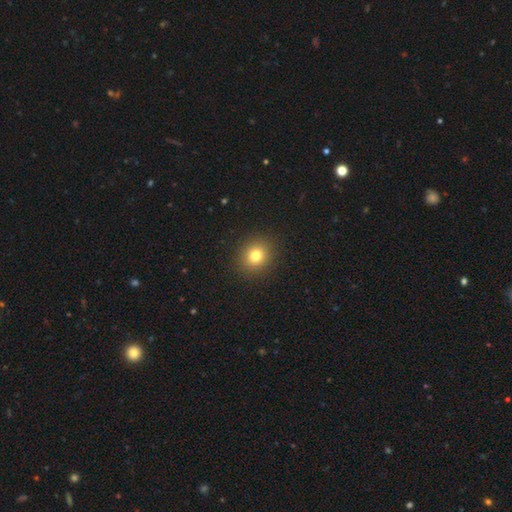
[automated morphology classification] Smooth or featured?
  - smooth: 79% *
  - star or artifact: 13%
  - featured or disk: 8%
How rounded?
  - round: 83% *
  - in between: 16%
  - cigar-shaped: 1%
Merging?
  - none: 91% *
  - minor disturbance: 6%
  - major disturbance: 2%
  - merger: 1%